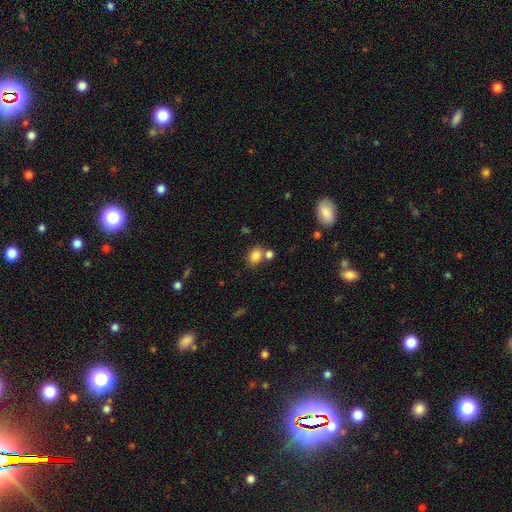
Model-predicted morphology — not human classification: smooth 82%, star or artifact 10%, featured or disk 7%. Down the decision tree: how rounded — in between (65%); merging — none (59%).